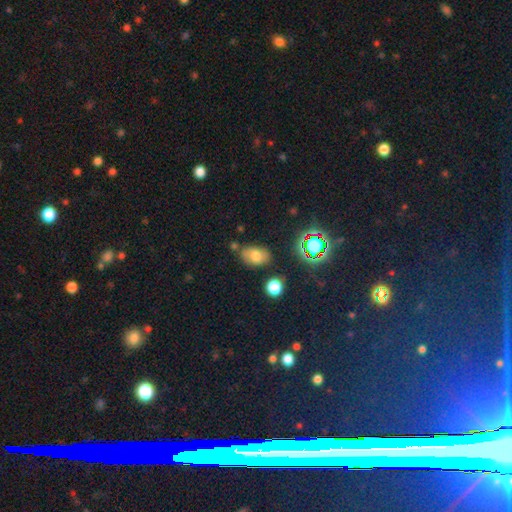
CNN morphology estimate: Smooth or featured?
  - smooth: 67% *
  - featured or disk: 17%
  - star or artifact: 17%
How rounded?
  - in between: 85% *
  - round: 14%
  - cigar-shaped: 2%
Merging?
  - none: 66% *
  - minor disturbance: 20%
  - merger: 8%
  - major disturbance: 5%